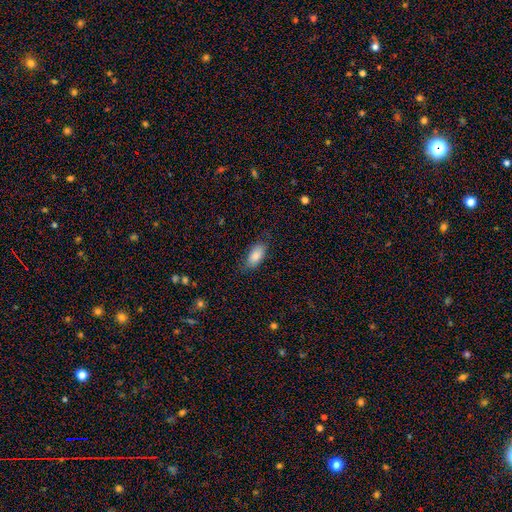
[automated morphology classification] This appears to be a smooth galaxy with no disk features (84%) that is in between round and cigar-shaped (90%). Merging: none (77%).